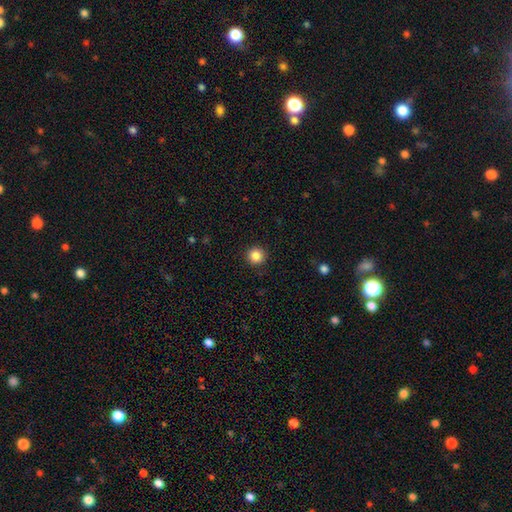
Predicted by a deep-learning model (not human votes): Q: Smooth or featured?
A: smooth (86%); runner-up: star or artifact (10%)
Q: How rounded?
A: round (96%); runner-up: in between (3%)
Q: Merging?
A: none (92%); runner-up: minor disturbance (5%)